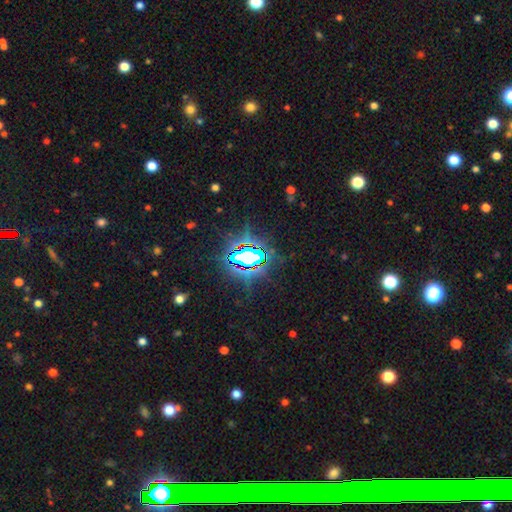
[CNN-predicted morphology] A star or artifact, not a galaxy (84%).